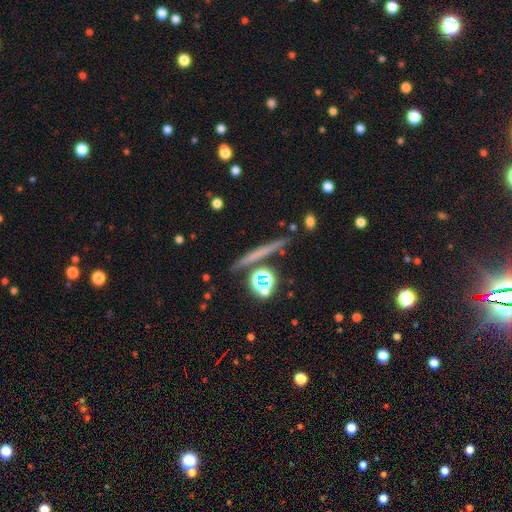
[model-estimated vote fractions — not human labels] This is marginally a smooth galaxy (44%). Merging: clearly none (83%).